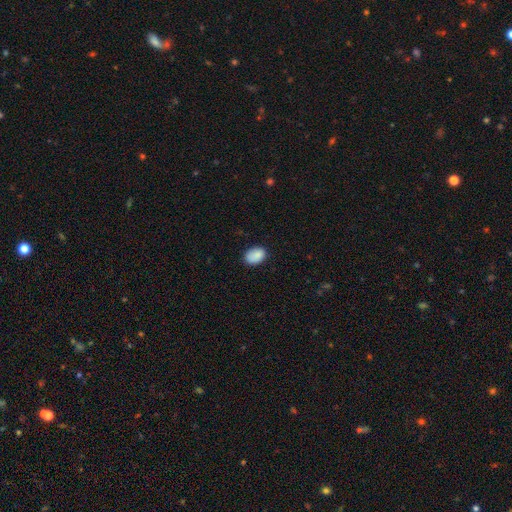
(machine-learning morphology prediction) A smooth galaxy with no disk features (88%) that is in between round and cigar-shaped (78%). Merging: none (81%).